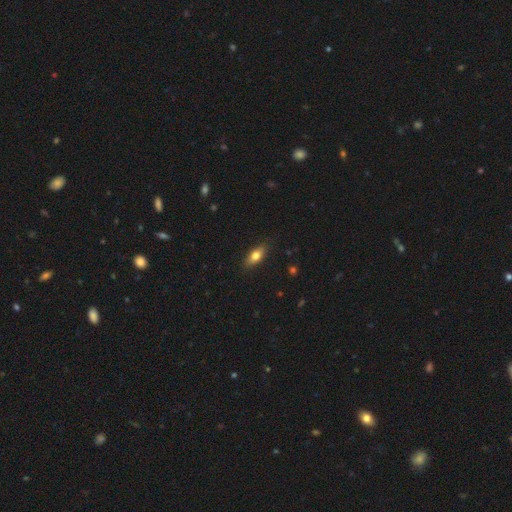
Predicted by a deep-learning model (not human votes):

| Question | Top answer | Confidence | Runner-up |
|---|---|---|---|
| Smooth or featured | smooth | 74% | featured or disk (19%) |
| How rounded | in between | 78% | cigar-shaped (17%) |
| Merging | none | 87% | minor disturbance (10%) |